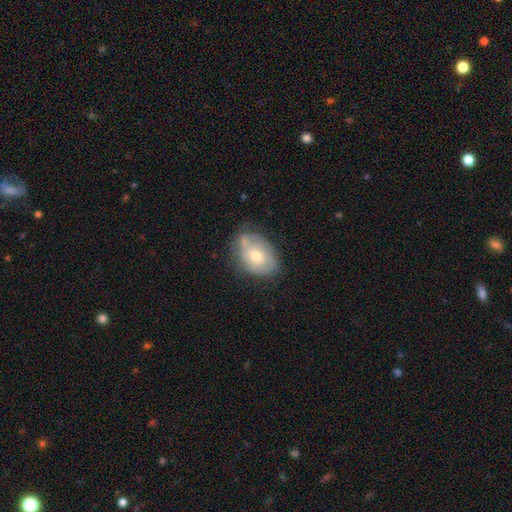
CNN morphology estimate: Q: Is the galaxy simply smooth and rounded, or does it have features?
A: featured or disk — 61%.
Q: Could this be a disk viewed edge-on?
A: no — 96%.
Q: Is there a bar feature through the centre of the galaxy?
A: no — 73%.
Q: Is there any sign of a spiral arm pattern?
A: yes — 82%.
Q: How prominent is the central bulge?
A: moderate — 52%.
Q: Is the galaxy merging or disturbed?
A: none — 64%.